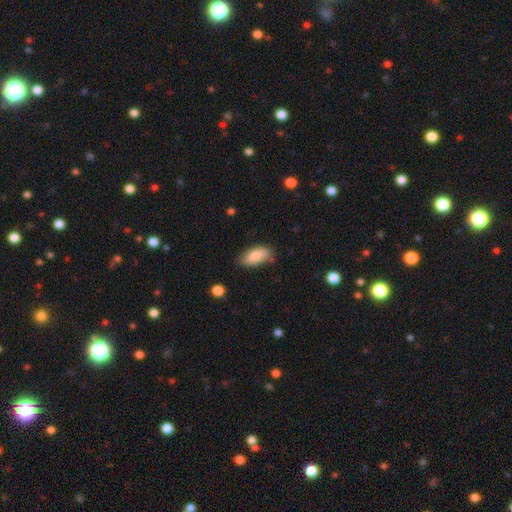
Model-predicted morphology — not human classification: A smooth galaxy with no disk features (84%) that is in between round and cigar-shaped (90%).

Vote fractions:
- Smooth or featured? smooth: 84% / featured or disk: 10% / star or artifact: 7%
- How rounded? in between: 90% / cigar-shaped: 8% / round: 2%
- Merging? none: 74% / minor disturbance: 20% / major disturbance: 4% / merger: 3%